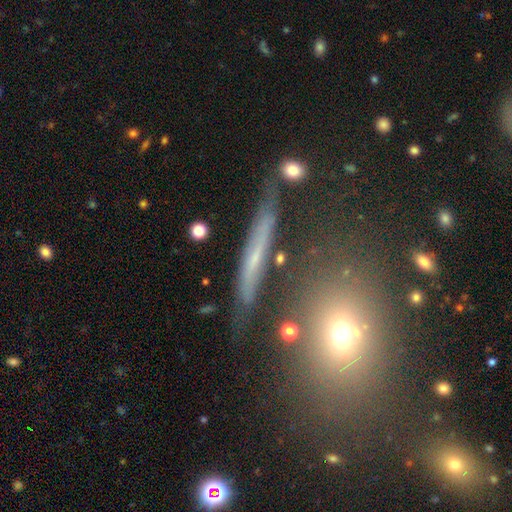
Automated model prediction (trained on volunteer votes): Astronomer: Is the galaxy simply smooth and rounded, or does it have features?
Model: featured or disk — 50% (runner-up: smooth, 33%).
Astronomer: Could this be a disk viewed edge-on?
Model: yes — 83%.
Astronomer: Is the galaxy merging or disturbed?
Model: none — 78%.